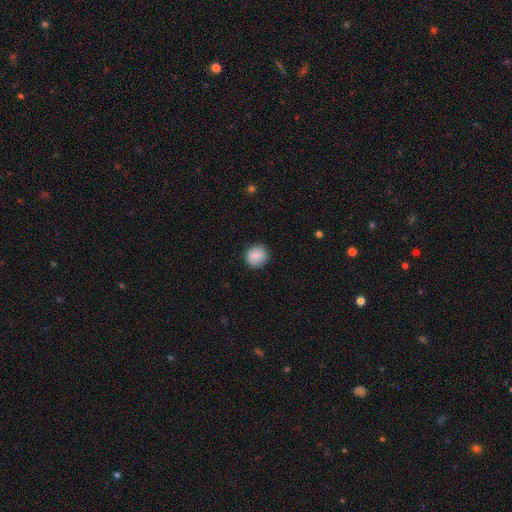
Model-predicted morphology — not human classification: Overall: smooth (87%). How rounded: round (88%). Merging: none (88%).